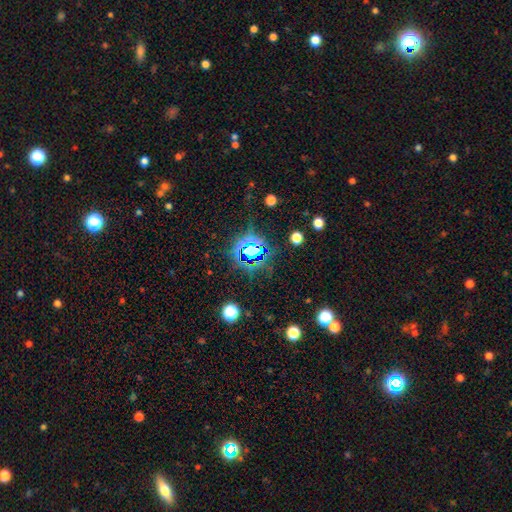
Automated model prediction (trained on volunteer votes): A star or artifact, not a galaxy (74%).